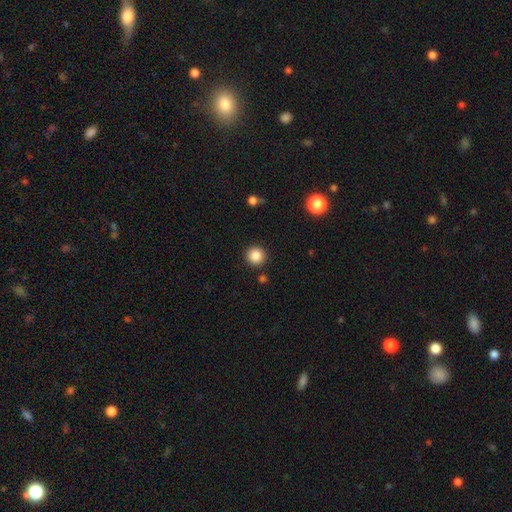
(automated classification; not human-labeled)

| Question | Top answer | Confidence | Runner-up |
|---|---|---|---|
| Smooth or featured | smooth | 86% | star or artifact (10%) |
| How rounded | round | 95% | in between (4%) |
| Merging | none | 91% | minor disturbance (5%) |